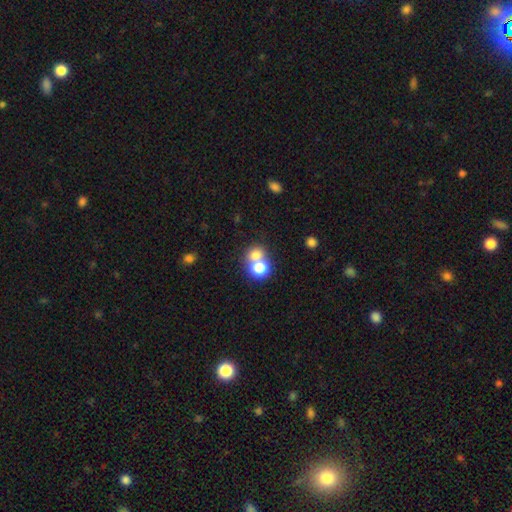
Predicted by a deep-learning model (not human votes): smooth 71%, star or artifact 15%, featured or disk 13%. Down the decision tree: how rounded — round (74%); merging — merger (53%).